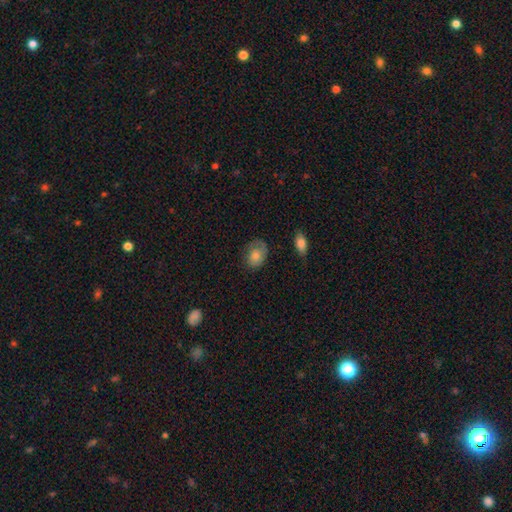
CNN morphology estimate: This is likely a smooth galaxy (61%). How rounded: likely in between (66%). Merging: likely none (65%).